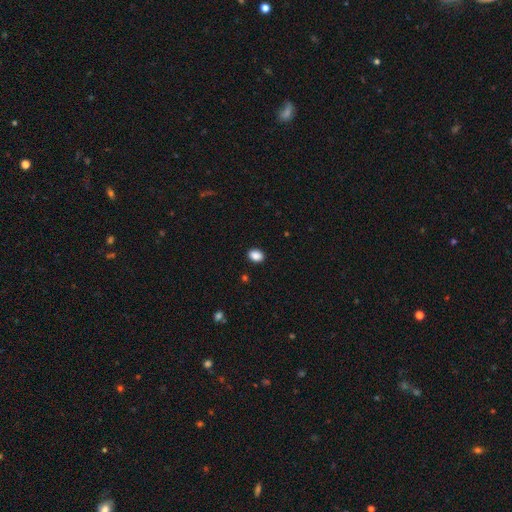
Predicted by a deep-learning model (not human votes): The model was most divided on "how rounded": in between: 69%, round: 30%, cigar-shaped: 1%. More confident: merging — none (90%); smooth or featured — smooth (89%).